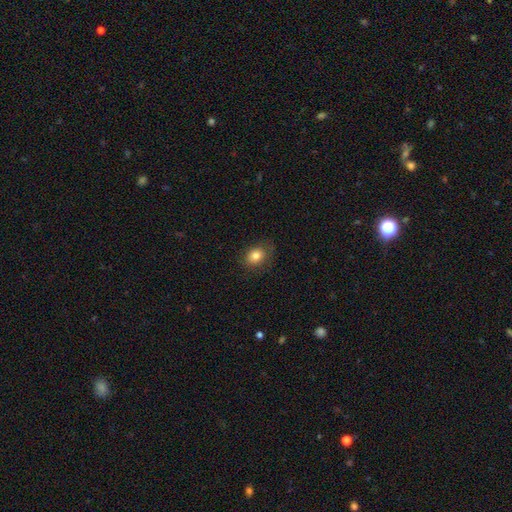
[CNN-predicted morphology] Smooth or featured: smooth — 81% (star or artifact — 10%)
How rounded: in between — 52% (round — 47%)
Merging: none — 75% (minor disturbance — 18%)